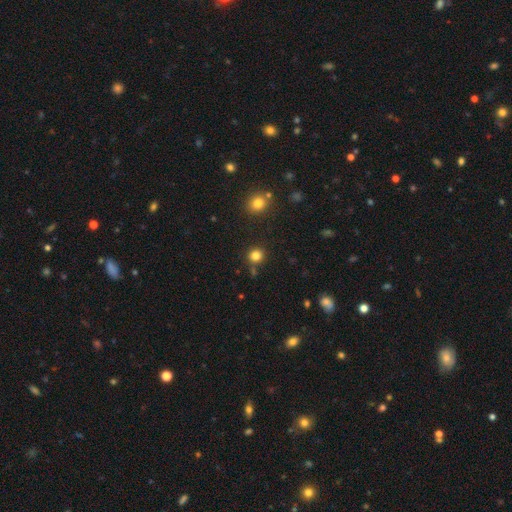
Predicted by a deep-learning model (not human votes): Q: Smooth or featured?
A: smooth (82%); runner-up: star or artifact (14%)
Q: How rounded?
A: round (90%); runner-up: in between (9%)
Q: Merging?
A: none (84%); runner-up: minor disturbance (7%)